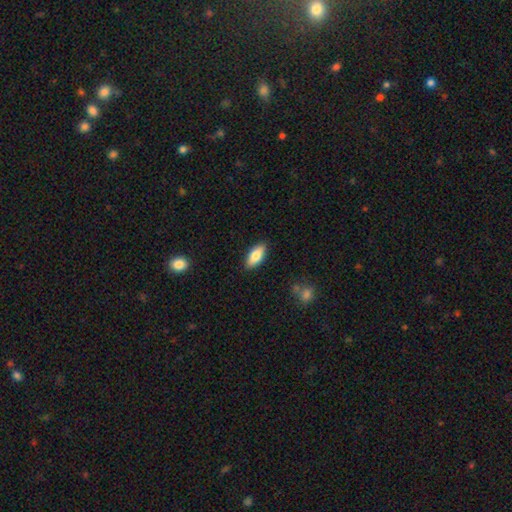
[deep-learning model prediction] This appears to be a smooth galaxy with no disk features (79%) that is in between round and cigar-shaped (82%). Merging: none (88%).